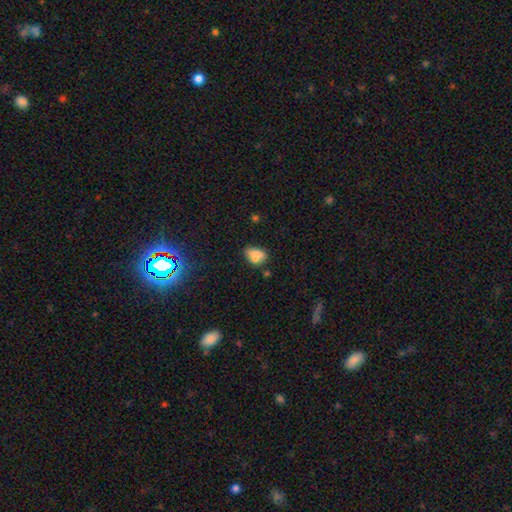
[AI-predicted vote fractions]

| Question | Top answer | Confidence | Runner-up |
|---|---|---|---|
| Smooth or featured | smooth | 74% | featured or disk (15%) |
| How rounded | in between | 79% | round (19%) |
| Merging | none | 44% | minor disturbance (26%) |